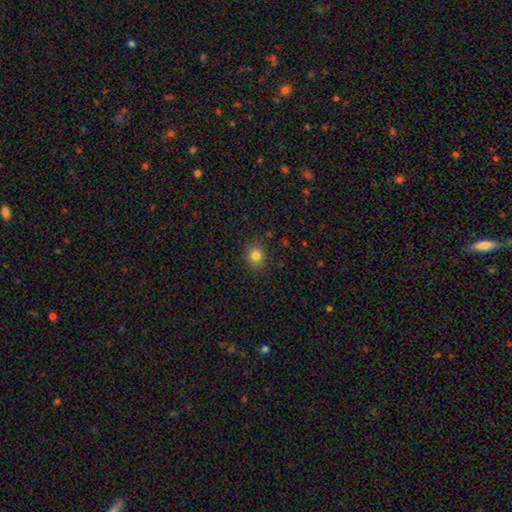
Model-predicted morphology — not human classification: A smooth galaxy with no disk features (81%) that is round (75%). Merging: none (89%).